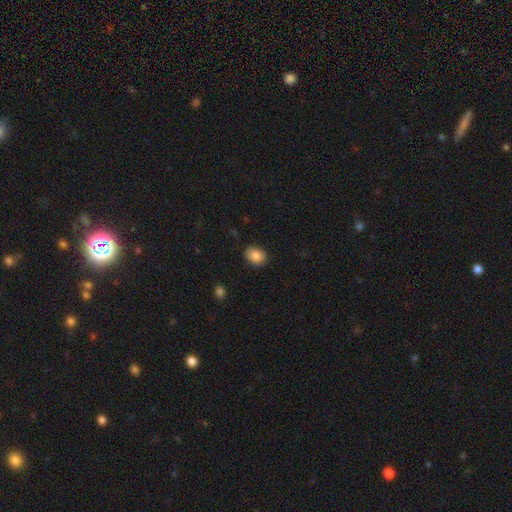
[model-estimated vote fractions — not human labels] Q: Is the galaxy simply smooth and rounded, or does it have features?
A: smooth — 85%.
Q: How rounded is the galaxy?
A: in between — 59%.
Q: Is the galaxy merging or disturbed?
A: none — 85%.